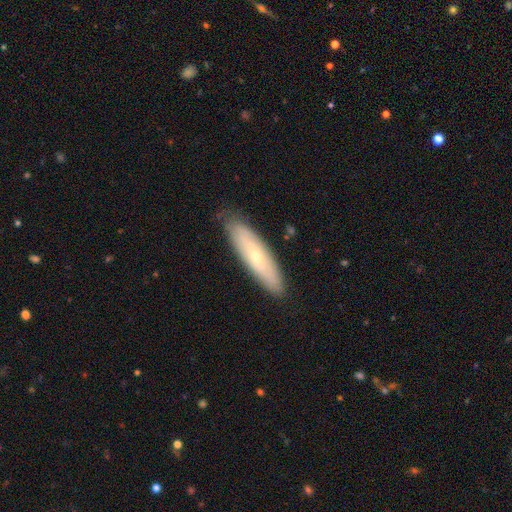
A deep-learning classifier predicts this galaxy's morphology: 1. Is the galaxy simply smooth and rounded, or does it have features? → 49% featured or disk, 45% smooth, 6% star or artifact.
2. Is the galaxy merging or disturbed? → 83% none, 14% minor disturbance, 2% major disturbance, 1% merger.